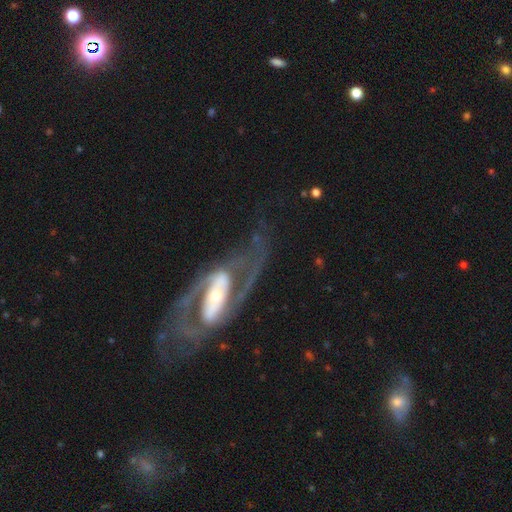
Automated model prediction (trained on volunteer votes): Smooth or featured? featured or disk (89%)
Edge-on disk? no (92%)
Bar? strong (54%)
Spiral arms? yes (91%)
Spiral winding? medium (51%)
Spiral arm count? 2 (88%)
Bulge size? small (45%)
Merging? none (66%)